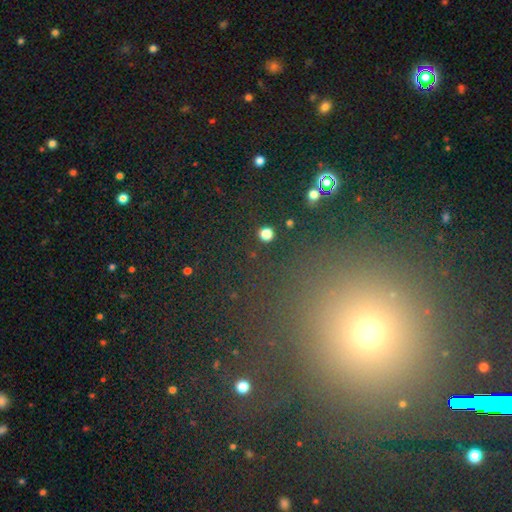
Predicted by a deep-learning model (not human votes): Smooth or featured? Predicted: star or artifact (p=0.52).